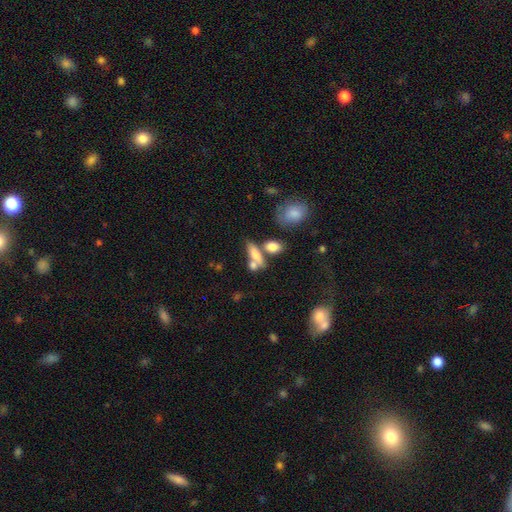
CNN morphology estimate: smooth-or-featured: smooth: 73% | featured or disk: 17% | star or artifact: 9%
  how-rounded: in between: 63% | cigar-shaped: 29% | round: 7%
  merging: merger: 43% | none: 37% | minor disturbance: 12% | major disturbance: 8%